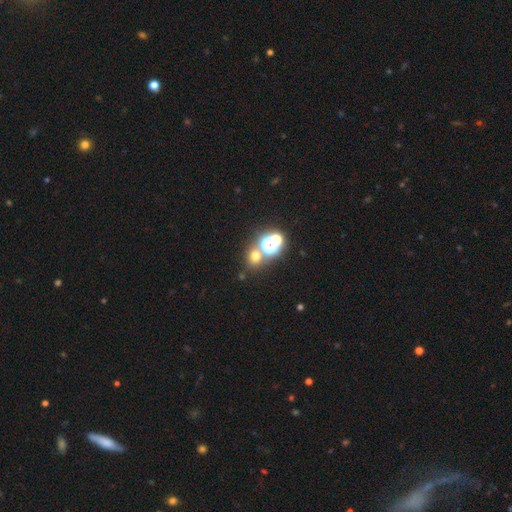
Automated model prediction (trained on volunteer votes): Smooth or featured? smooth (51%)
How rounded? round (77%)
Merging? none (65%)